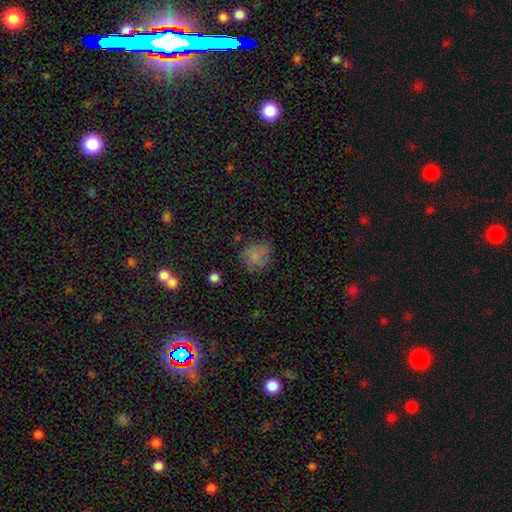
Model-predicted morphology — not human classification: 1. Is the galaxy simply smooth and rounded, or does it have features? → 68% smooth, 17% featured or disk, 16% star or artifact.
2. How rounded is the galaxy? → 72% round, 27% in between, 1% cigar-shaped.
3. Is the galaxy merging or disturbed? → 58% none, 23% minor disturbance, 15% major disturbance, 3% merger.